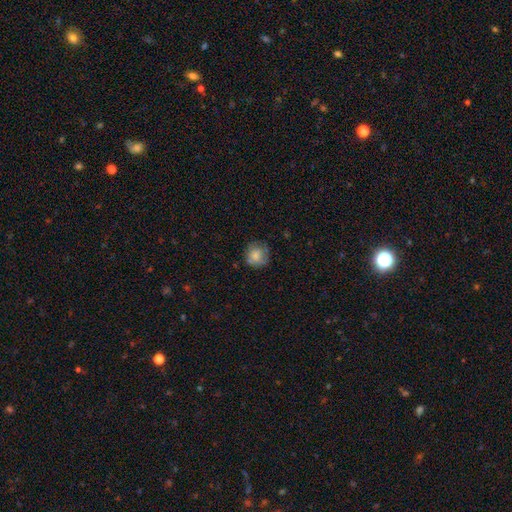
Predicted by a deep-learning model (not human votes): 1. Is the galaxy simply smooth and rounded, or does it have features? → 78% smooth, 13% featured or disk, 8% star or artifact.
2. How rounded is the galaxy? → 85% round, 14% in between, 1% cigar-shaped.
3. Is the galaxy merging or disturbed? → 69% none, 22% minor disturbance, 7% major disturbance, 2% merger.